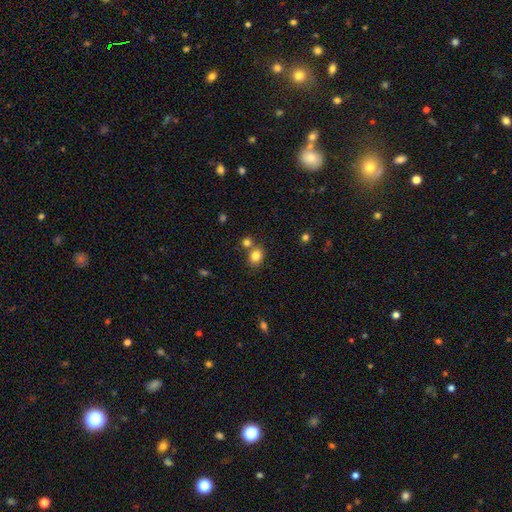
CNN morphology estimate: Smooth or featured? smooth (82%)
How rounded? round (60%)
Merging? none (63%)